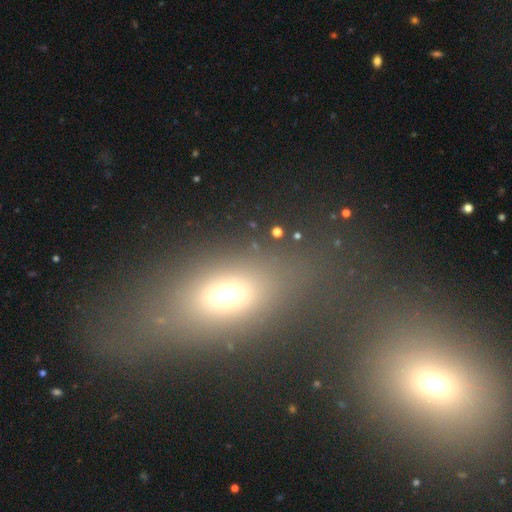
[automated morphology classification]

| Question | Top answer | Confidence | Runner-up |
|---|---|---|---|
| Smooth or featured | smooth | 57% | star or artifact (22%) |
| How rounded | in between | 67% | round (21%) |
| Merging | none | 59% | merger (16%) |